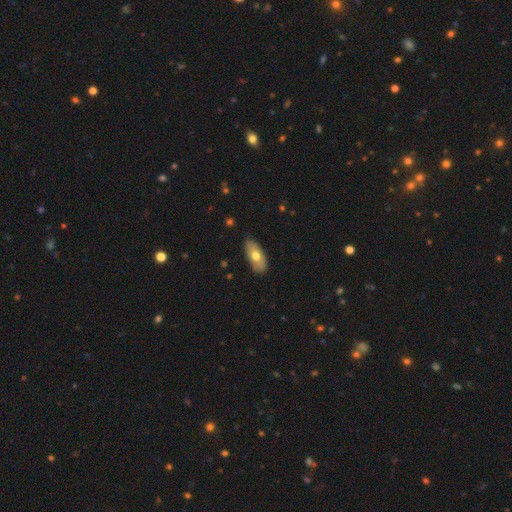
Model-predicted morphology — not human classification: Overall: smooth (65%; featured or disk 29%). How rounded: in between (90%). Merging: none (81%).